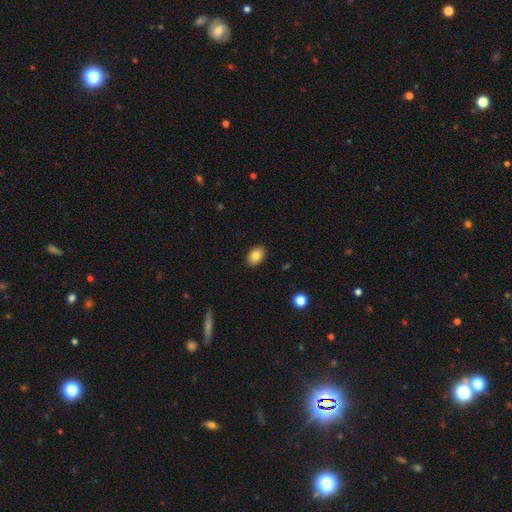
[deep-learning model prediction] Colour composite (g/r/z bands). It shows a smooth galaxy with no disk features (83%) that is in between round and cigar-shaped (75%). Merging: none (89%).